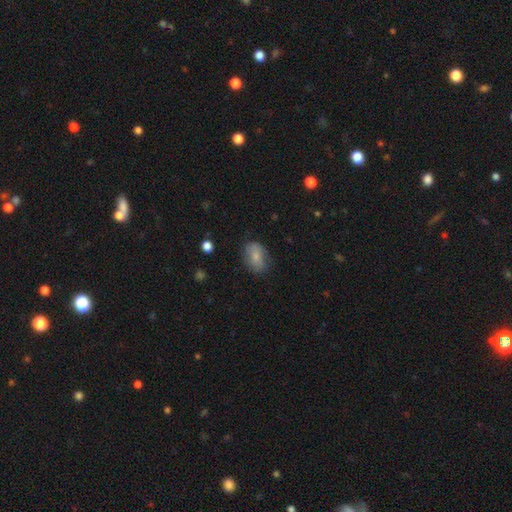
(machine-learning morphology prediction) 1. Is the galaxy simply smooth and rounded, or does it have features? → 76% smooth, 16% featured or disk, 8% star or artifact.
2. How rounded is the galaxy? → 82% in between, 17% round, 2% cigar-shaped.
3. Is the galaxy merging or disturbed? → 68% none, 24% minor disturbance, 7% major disturbance, 1% merger.